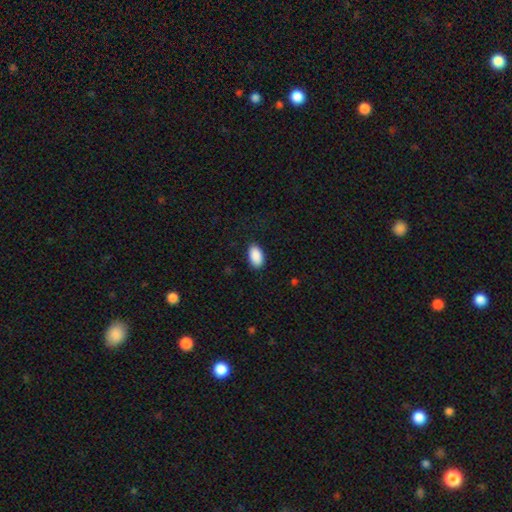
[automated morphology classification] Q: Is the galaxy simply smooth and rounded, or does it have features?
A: smooth — 91%.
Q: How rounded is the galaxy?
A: in between — 94%.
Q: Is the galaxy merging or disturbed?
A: none — 88%.